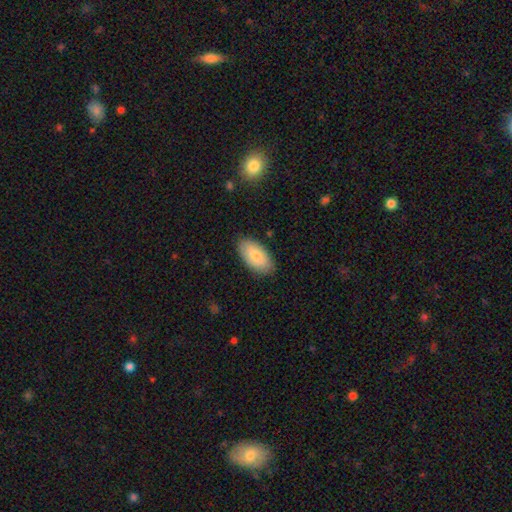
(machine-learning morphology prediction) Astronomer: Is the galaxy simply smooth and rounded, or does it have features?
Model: smooth — 82%.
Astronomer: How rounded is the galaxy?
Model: in between — 95%.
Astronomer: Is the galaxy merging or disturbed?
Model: none — 85%.